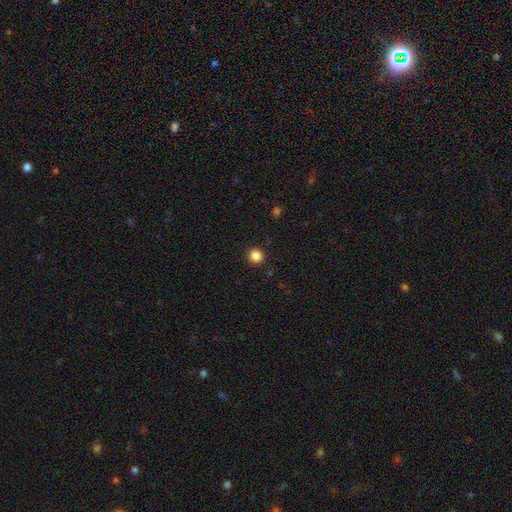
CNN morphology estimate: Overall: smooth (86%). How rounded: round (94%). Merging: none (92%).